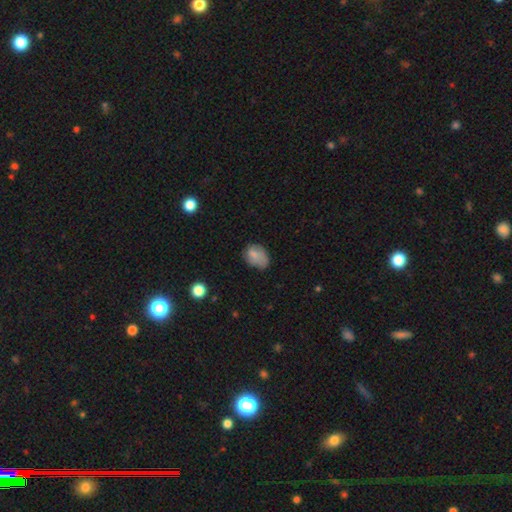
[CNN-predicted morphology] A smooth galaxy with no disk features (78%) that is in between round and cigar-shaped (76%). Merging: none (52%).